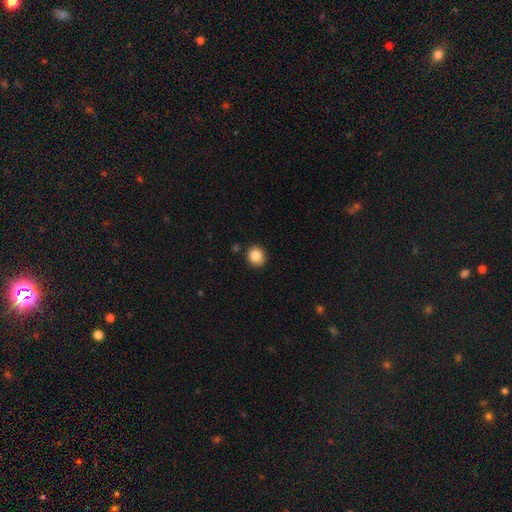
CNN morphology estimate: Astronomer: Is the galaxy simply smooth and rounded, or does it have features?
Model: smooth — 86%.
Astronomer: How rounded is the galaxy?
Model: round — 86%.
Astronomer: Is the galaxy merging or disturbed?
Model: none — 89%.